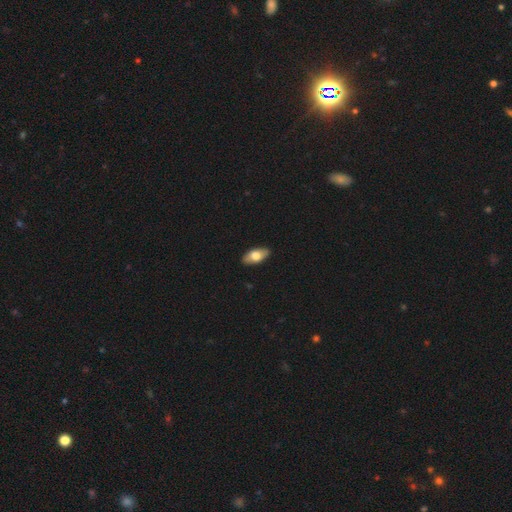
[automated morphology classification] smooth_or_featured: smooth (p=0.70) [alt: featured or disk p=0.24]
how_rounded: in between (p=0.91) [alt: cigar-shaped p=0.06]
merging: none (p=0.88) [alt: minor disturbance p=0.09]